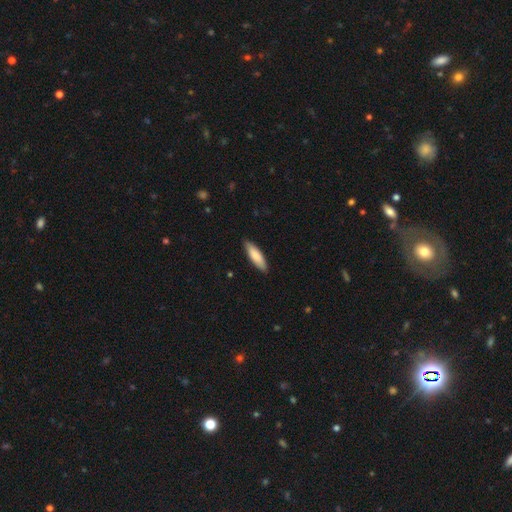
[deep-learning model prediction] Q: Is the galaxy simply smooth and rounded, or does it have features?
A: smooth — 83%.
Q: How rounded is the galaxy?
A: cigar-shaped — 55%.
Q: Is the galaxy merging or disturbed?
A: none — 87%.